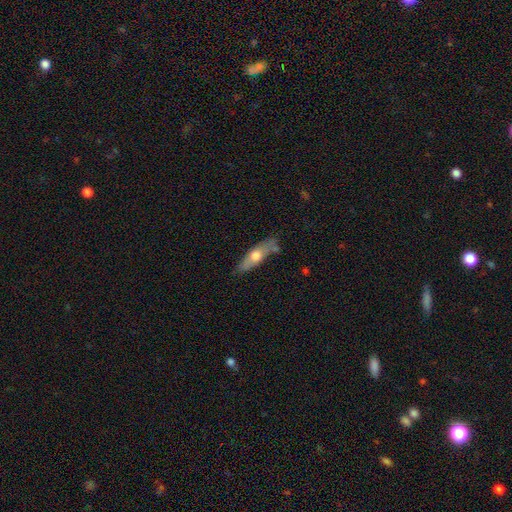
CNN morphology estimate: Smooth or featured? Predicted: smooth (p=0.53). How rounded? Predicted: cigar-shaped (p=0.58). Merging? Predicted: none (p=0.71).